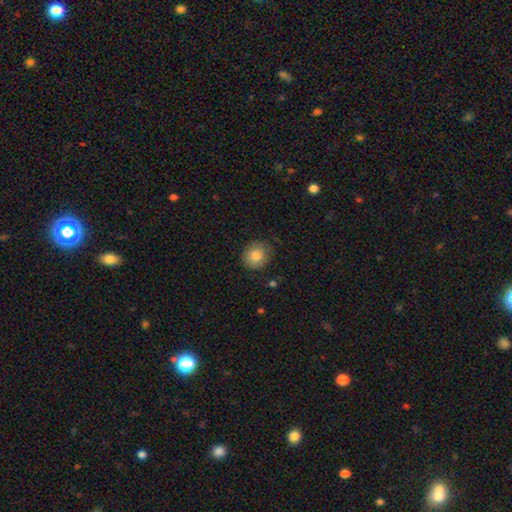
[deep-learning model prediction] A smooth galaxy with no disk features (83%) that is round (87%). Merging: none (81%).